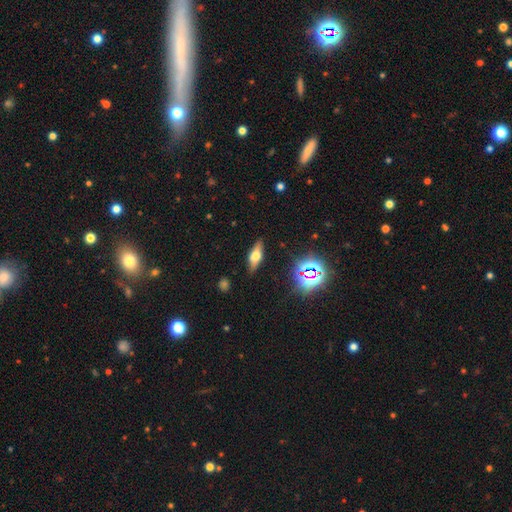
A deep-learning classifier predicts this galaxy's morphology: The model was most divided on "smooth or featured": featured or disk: 45%, smooth: 41%, star or artifact: 14%. More confident: merging — none (85%).